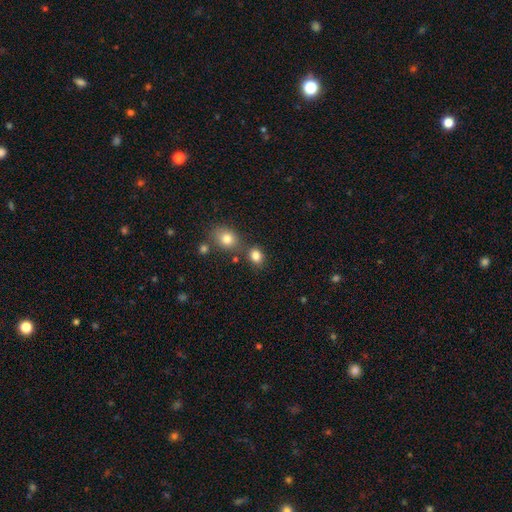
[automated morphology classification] smooth-or-featured: smooth: 82% | star or artifact: 12% | featured or disk: 6%
  how-rounded: round: 59% | in between: 40% | cigar-shaped: 1%
  merging: none: 66% | merger: 18% | minor disturbance: 12% | major disturbance: 4%